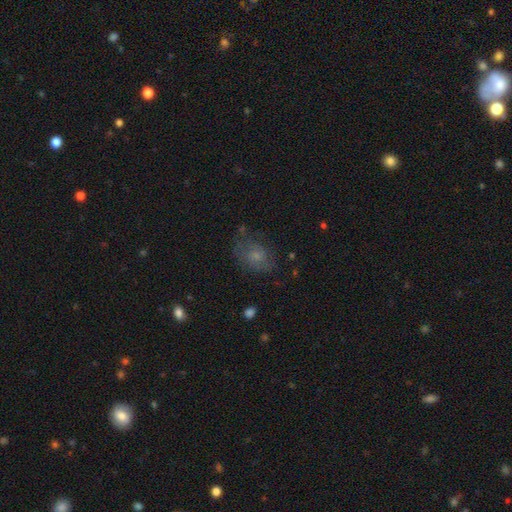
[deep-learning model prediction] This appears to be a smooth galaxy with no disk features (58%) that is in between round and cigar-shaped (61%). Merging: none (56%).